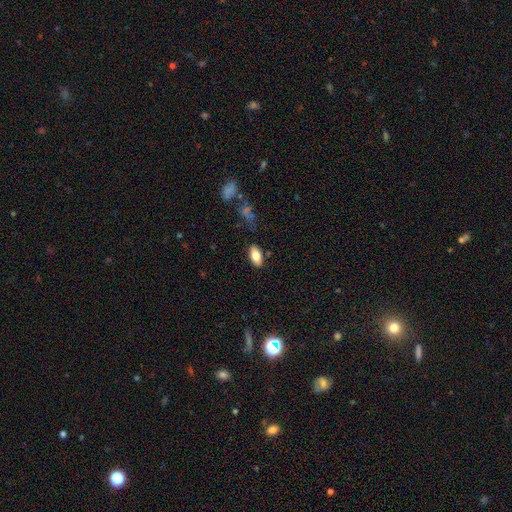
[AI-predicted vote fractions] This appears to be a smooth galaxy with no disk features (81%) that is in between round and cigar-shaped (91%). Merging: none (83%).